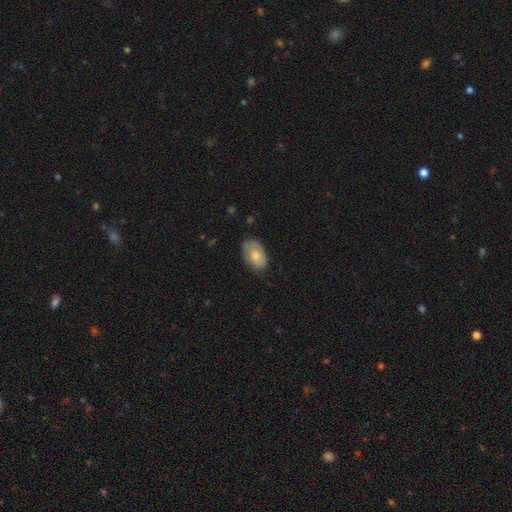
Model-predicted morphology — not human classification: Overall: smooth (75%). How rounded: in between (92%). Merging: none (66%; minor disturbance 27%).